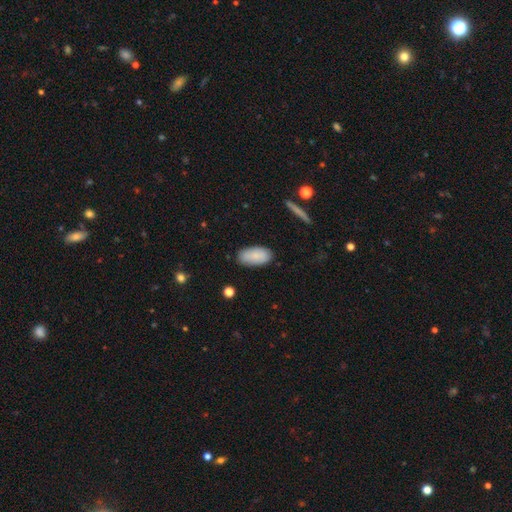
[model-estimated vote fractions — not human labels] The model was most divided on "merging": none: 83%, minor disturbance: 13%, major disturbance: 3%, merger: 1%. More confident: how rounded — in between (94%); smooth or featured — smooth (85%).